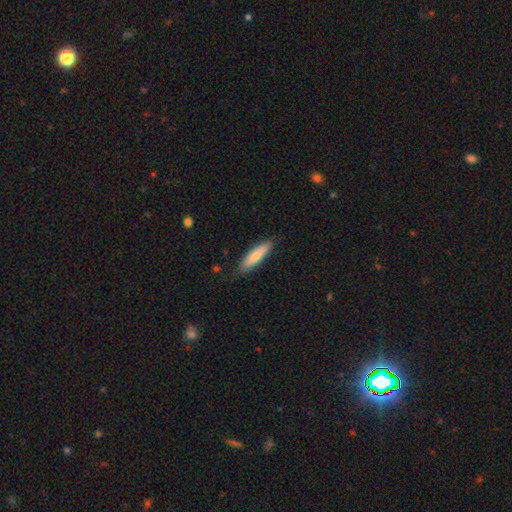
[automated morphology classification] smooth-or-featured: smooth: 75% | featured or disk: 19% | star or artifact: 5%
  how-rounded: cigar-shaped: 71% | in between: 27% | round: 1%
  merging: none: 81% | minor disturbance: 16% | major disturbance: 3% | merger: 1%